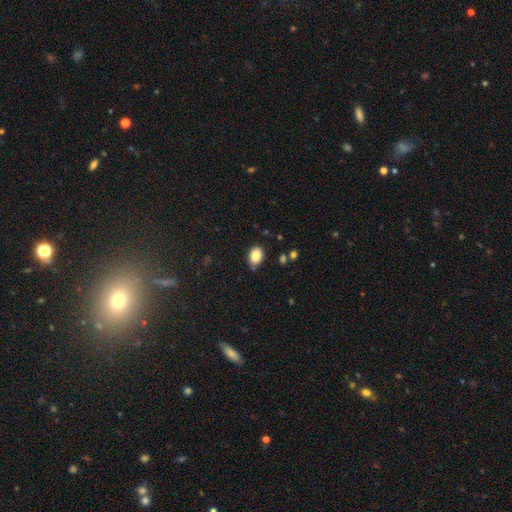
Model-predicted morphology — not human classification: type=smooth (83%); roundness=in between (68%); merging=none (75%).